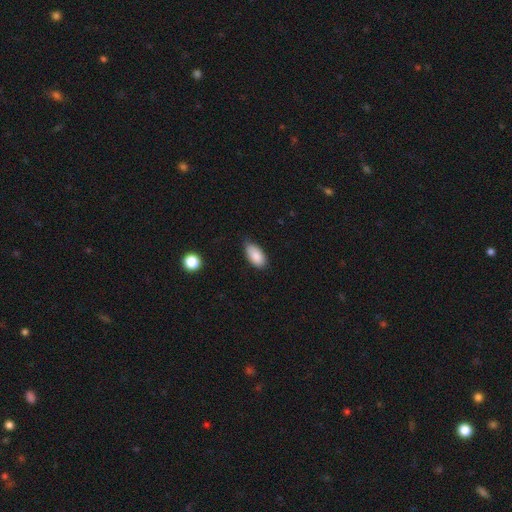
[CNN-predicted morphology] Q: Smooth or featured?
A: smooth (87%); runner-up: star or artifact (7%)
Q: How rounded?
A: in between (94%); runner-up: cigar-shaped (3%)
Q: Merging?
A: none (73%); runner-up: minor disturbance (23%)